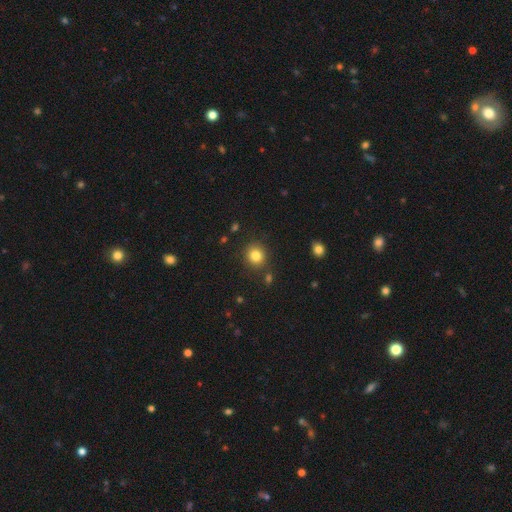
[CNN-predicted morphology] A smooth galaxy with no disk features (82%) that is round (88%). Merging: none (86%).